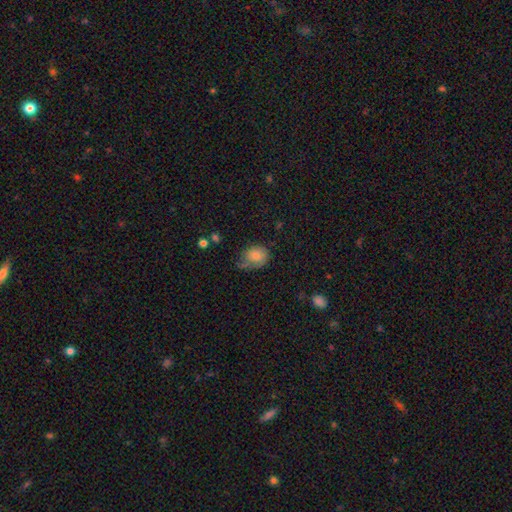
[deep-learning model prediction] This appears to be a smooth galaxy with no disk features (75%) that is in between round and cigar-shaped (54%). Merging: none (38%).